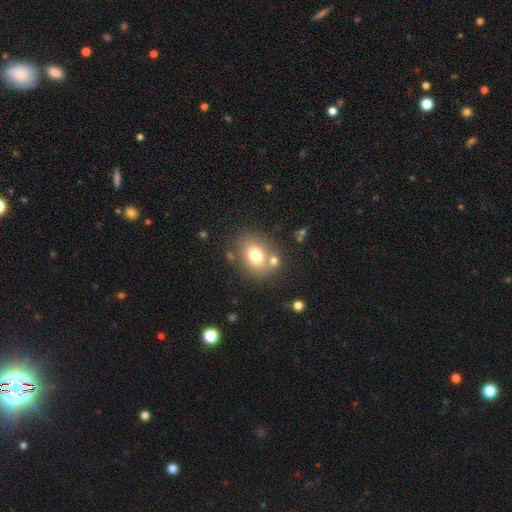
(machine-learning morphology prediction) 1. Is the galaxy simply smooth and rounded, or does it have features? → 74% smooth, 16% featured or disk, 11% star or artifact.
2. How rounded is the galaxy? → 63% in between, 36% round, 1% cigar-shaped.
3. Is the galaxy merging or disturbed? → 66% none, 17% merger, 12% minor disturbance, 5% major disturbance.